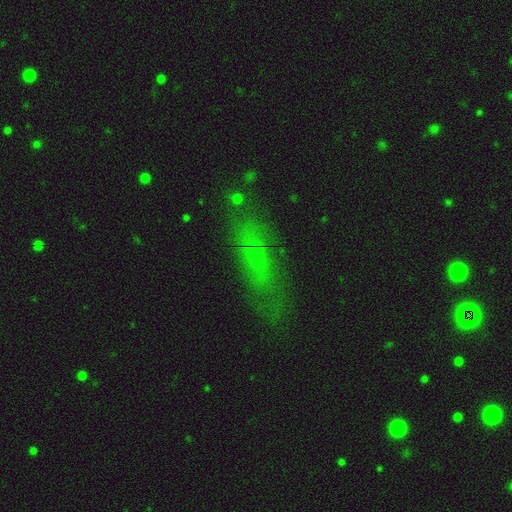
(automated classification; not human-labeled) Smooth or featured? smooth (49%)
Merging? none (77%)